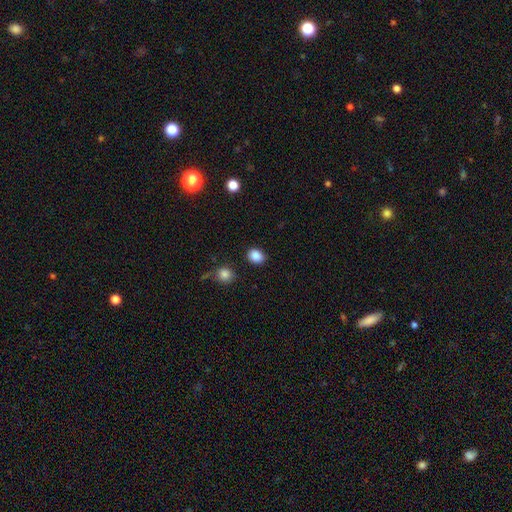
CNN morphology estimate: This is clearly a smooth galaxy (87%). How rounded: possibly in between (51%). Merging: clearly none (85%).